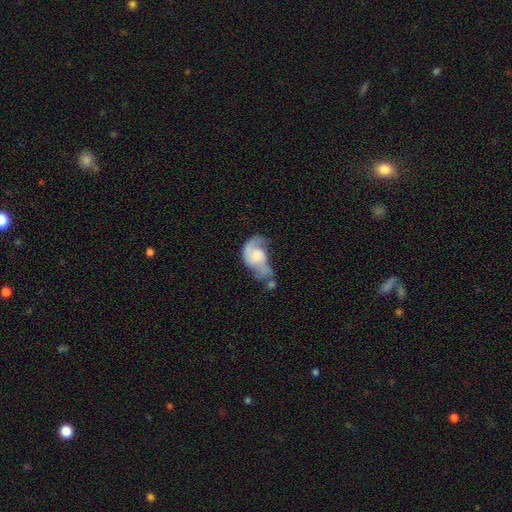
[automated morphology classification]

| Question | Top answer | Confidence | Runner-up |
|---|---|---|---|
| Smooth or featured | featured or disk | 67% | smooth (26%) |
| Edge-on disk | no | 97% | yes (3%) |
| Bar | no | 65% | weak (30%) |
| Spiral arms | yes | 84% | no (16%) |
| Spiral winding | loose | 43% | medium (40%) |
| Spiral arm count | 2 | 54% | 1 (35%) |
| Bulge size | moderate | 34% | small (28%) |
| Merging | major disturbance | 36% | merger (22%) |